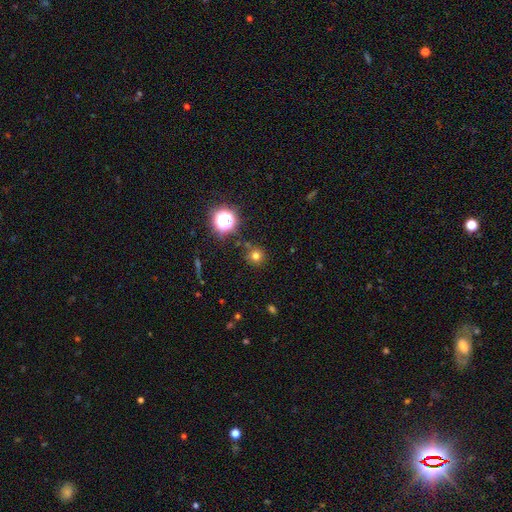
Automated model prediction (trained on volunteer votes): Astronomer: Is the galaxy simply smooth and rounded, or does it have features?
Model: smooth — 70%.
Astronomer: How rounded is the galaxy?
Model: round — 94%.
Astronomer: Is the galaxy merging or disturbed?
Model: none — 81%.